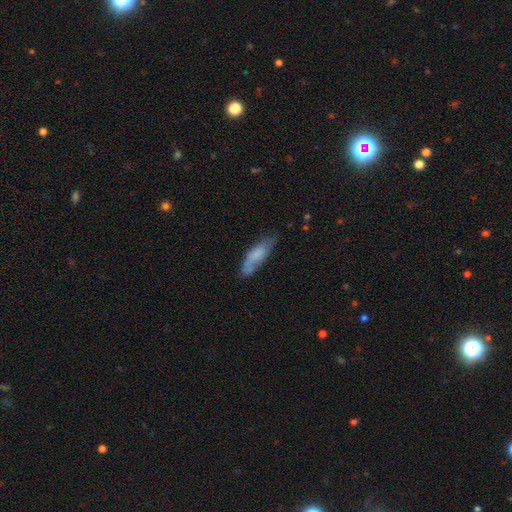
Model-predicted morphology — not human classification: smooth 69%, featured or disk 24%, star or artifact 7%. Down the decision tree: how rounded — cigar-shaped (52%); merging — none (59%).